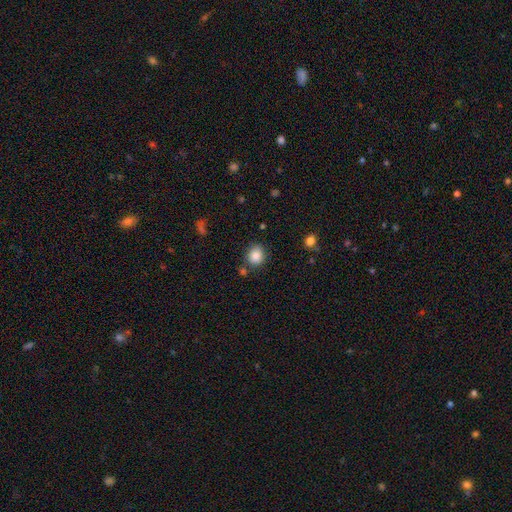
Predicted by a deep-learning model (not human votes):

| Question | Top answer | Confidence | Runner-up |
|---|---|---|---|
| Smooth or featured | smooth | 86% | star or artifact (9%) |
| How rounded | round | 73% | in between (26%) |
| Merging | none | 77% | minor disturbance (13%) |